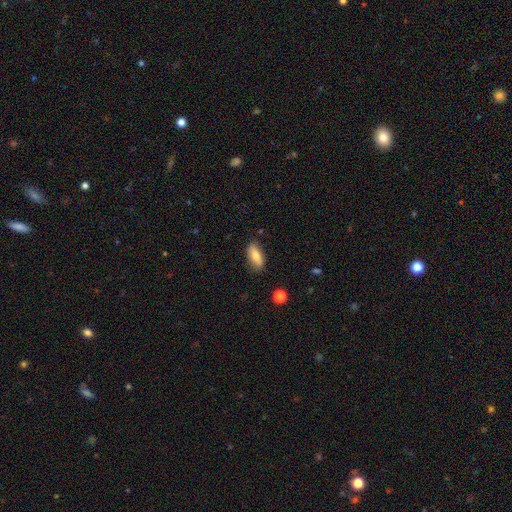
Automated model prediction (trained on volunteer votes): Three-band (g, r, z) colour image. It shows a smooth galaxy with no disk features (73%) that is in between round and cigar-shaped (81%). Merging: none (82%).